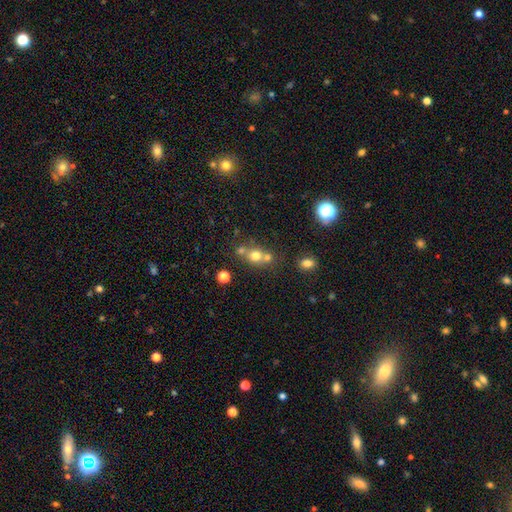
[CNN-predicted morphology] smooth-or-featured: smooth: 68% | star or artifact: 17% | featured or disk: 15%
  how-rounded: round: 76% | in between: 22% | cigar-shaped: 1%
  merging: none: 46% | merger: 42% | minor disturbance: 8% | major disturbance: 4%